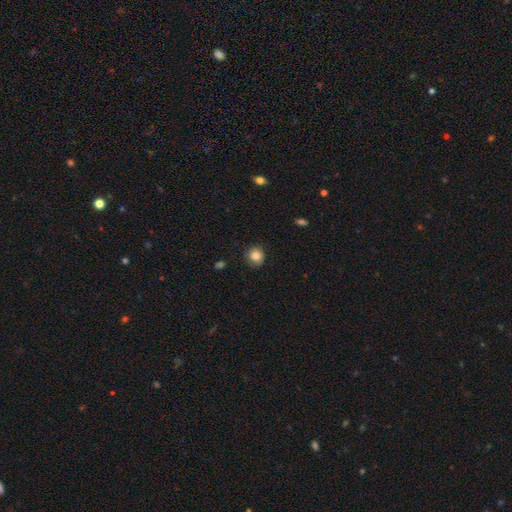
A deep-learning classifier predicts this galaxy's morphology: This is clearly a smooth galaxy (84%). How rounded: clearly round (85%). Merging: clearly none (87%).